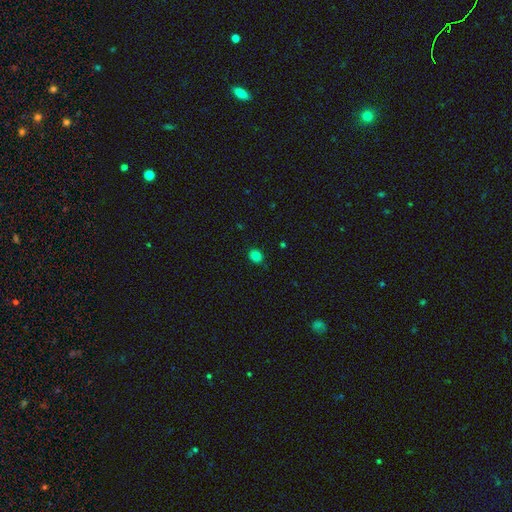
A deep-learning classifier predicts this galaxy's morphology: Q: Smooth or featured?
A: smooth (82%); runner-up: star or artifact (13%)
Q: How rounded?
A: round (66%); runner-up: in between (33%)
Q: Merging?
A: none (86%); runner-up: minor disturbance (10%)